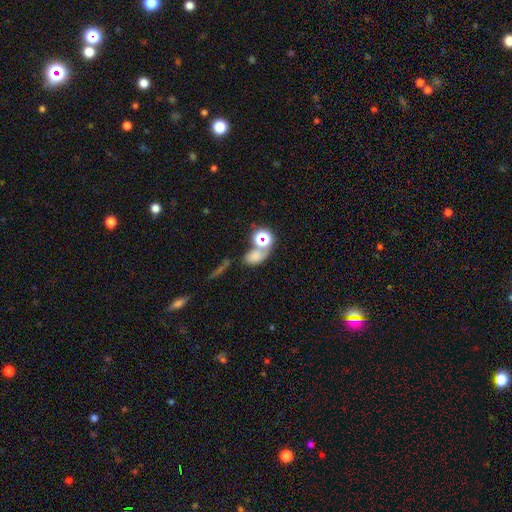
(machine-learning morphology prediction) smooth 64%, star or artifact 24%, featured or disk 11%. Down the decision tree: how rounded — in between (71%); merging — none (45%).